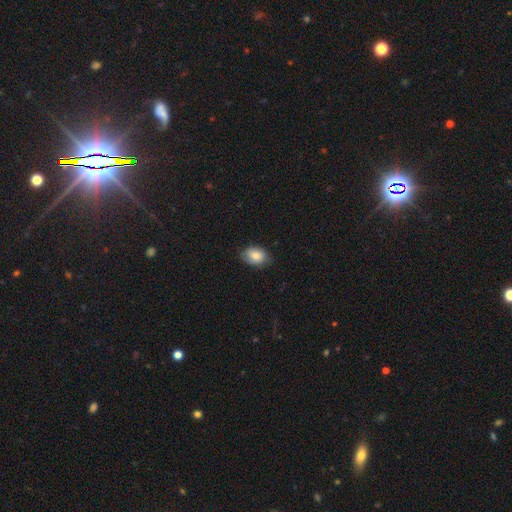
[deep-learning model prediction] The model was most divided on "merging": none: 75%, minor disturbance: 20%, major disturbance: 3%, merger: 1%. More confident: smooth or featured — smooth (83%); how rounded — in between (81%).